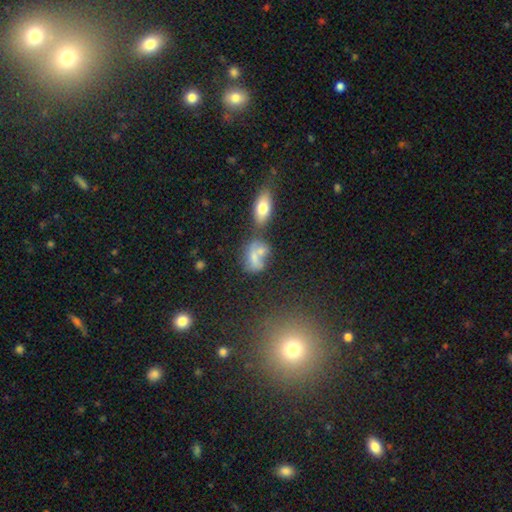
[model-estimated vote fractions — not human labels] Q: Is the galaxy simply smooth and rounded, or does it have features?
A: smooth — 62%.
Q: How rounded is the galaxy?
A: in between — 71%.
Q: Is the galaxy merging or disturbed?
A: merger — 39%.